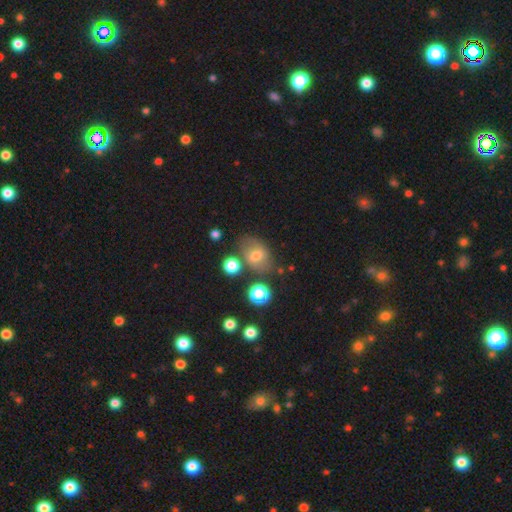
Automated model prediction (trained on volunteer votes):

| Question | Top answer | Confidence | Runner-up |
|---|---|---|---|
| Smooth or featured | smooth | 62% | featured or disk (24%) |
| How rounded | in between | 69% | round (30%) |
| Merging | none | 65% | minor disturbance (18%) |